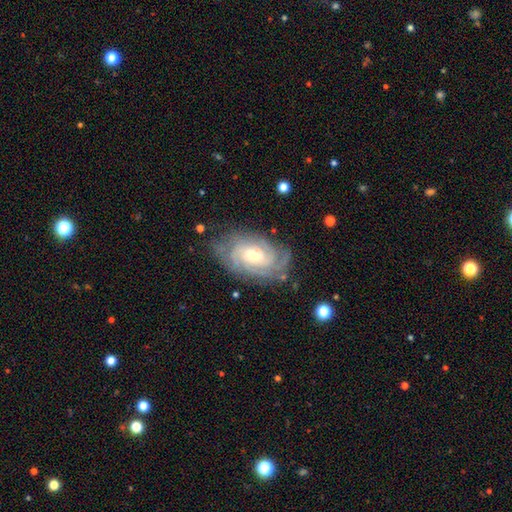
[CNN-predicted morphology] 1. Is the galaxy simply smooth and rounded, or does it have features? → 86% featured or disk, 8% smooth, 6% star or artifact.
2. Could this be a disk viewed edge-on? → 96% no, 4% yes.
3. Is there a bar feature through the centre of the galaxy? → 58% no, 33% weak, 8% strong.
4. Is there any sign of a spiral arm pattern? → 97% yes, 3% no.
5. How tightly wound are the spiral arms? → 74% tight, 22% medium, 4% loose.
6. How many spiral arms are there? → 31% can't tell, 21% 3, 18% 4, 17% 2, 7% more than 4, 5% 1.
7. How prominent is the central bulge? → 55% moderate, 38% small, 5% large, 1% none, 1% dominant.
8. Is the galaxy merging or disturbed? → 77% none, 17% minor disturbance, 5% major disturbance, 1% merger.